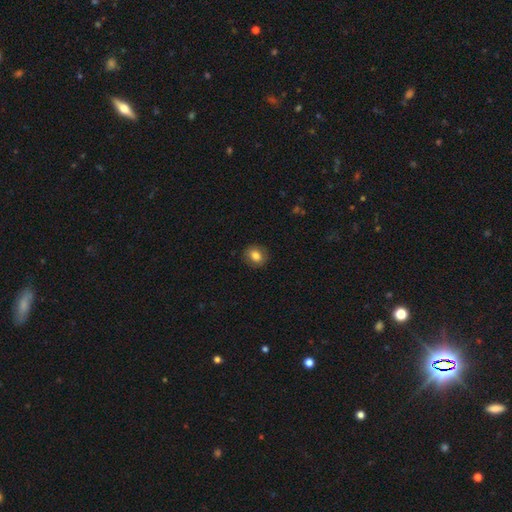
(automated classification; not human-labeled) A smooth galaxy with no disk features (79%) that is round (65%).

Vote fractions:
- Smooth or featured? smooth: 79% / featured or disk: 12% / star or artifact: 9%
- How rounded? round: 65% / in between: 34% / cigar-shaped: 1%
- Merging? none: 87% / minor disturbance: 10% / major disturbance: 3% / merger: 1%